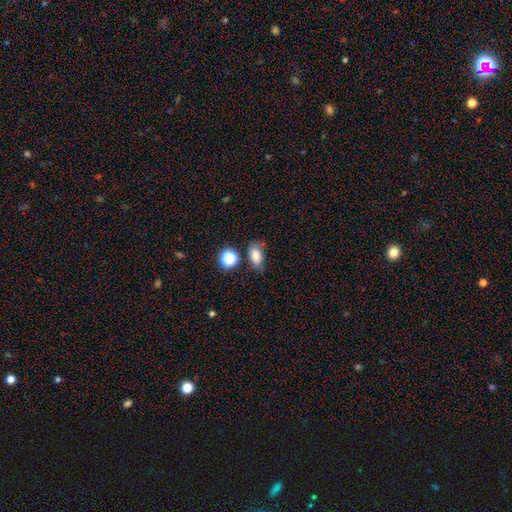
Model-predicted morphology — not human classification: Q: Smooth or featured?
A: smooth (81%); runner-up: star or artifact (12%)
Q: How rounded?
A: in between (85%); runner-up: round (12%)
Q: Merging?
A: none (65%); runner-up: minor disturbance (22%)